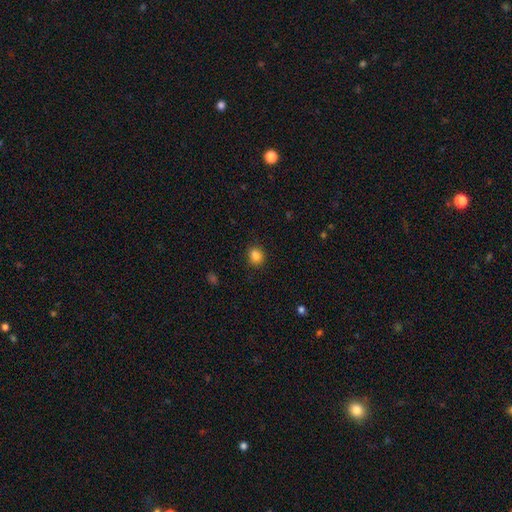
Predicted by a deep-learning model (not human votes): A smooth galaxy with no disk features (85%) that is round (62%). Merging: none (86%).